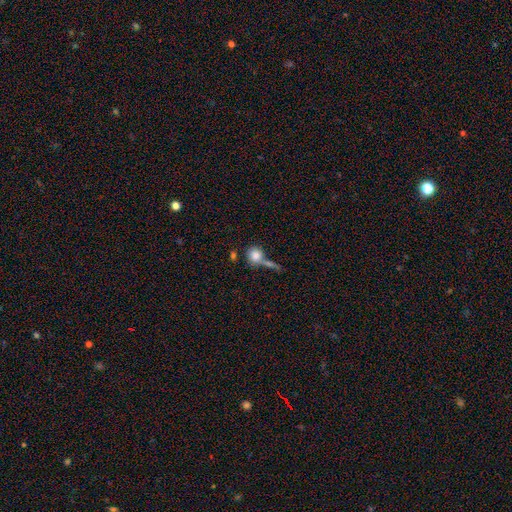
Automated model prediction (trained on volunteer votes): Smooth or featured? Predicted: smooth (p=0.82). How rounded? Predicted: round (p=0.83). Merging? Predicted: none (p=0.45).